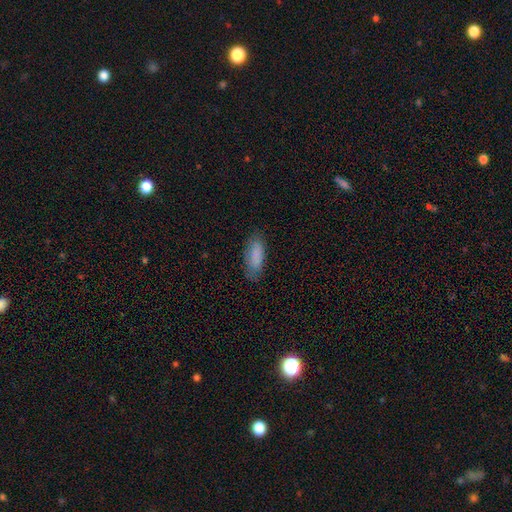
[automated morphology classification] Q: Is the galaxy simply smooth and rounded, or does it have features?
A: smooth — 84%.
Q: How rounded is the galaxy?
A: in between — 74%.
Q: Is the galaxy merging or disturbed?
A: none — 77%.